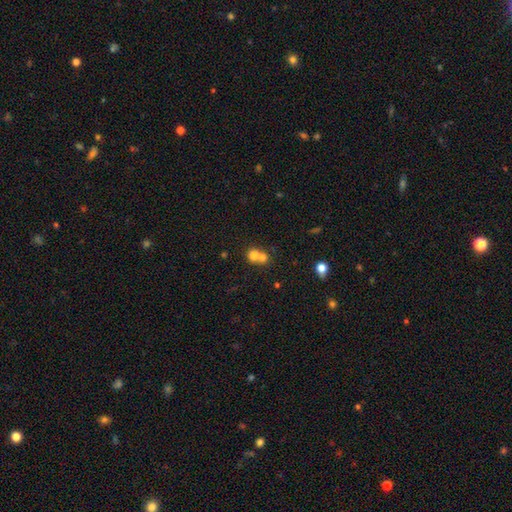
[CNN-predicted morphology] A smooth galaxy with no disk features (74%) that is round (76%). Merging: merger (66%).